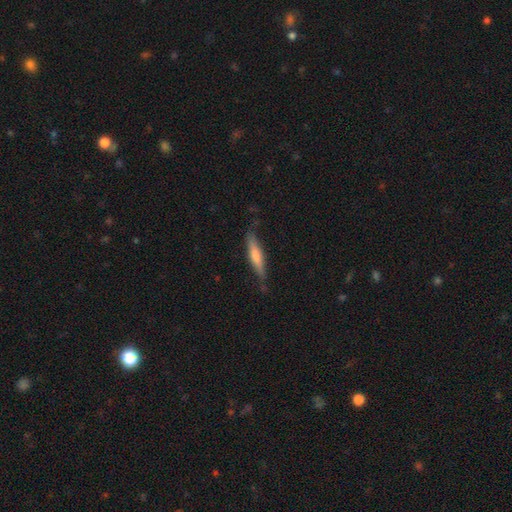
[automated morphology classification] A smooth galaxy with no disk features (60%) that is cigar-shaped (86%).

Vote fractions:
- Smooth or featured? smooth: 60% / featured or disk: 34% / star or artifact: 5%
- How rounded? cigar-shaped: 86% / in between: 12% / round: 1%
- Merging? none: 75% / minor disturbance: 19% / major disturbance: 4% / merger: 2%